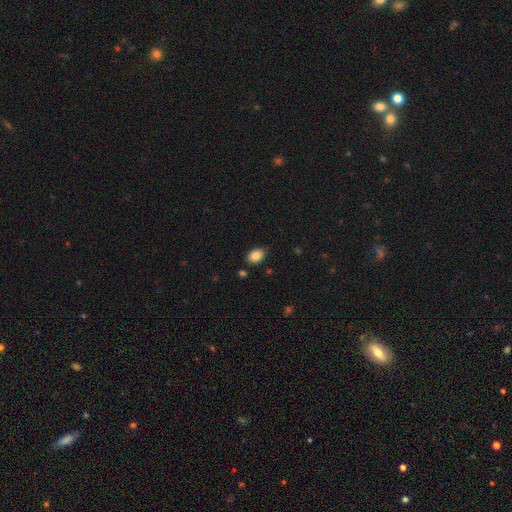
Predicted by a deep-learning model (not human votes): A smooth galaxy with no disk features (85%) that is in between round and cigar-shaped (76%).

Vote fractions:
- Smooth or featured? smooth: 85% / star or artifact: 9% / featured or disk: 6%
- How rounded? in between: 76% / round: 23% / cigar-shaped: 1%
- Merging? none: 83% / minor disturbance: 12% / major disturbance: 2% / merger: 2%